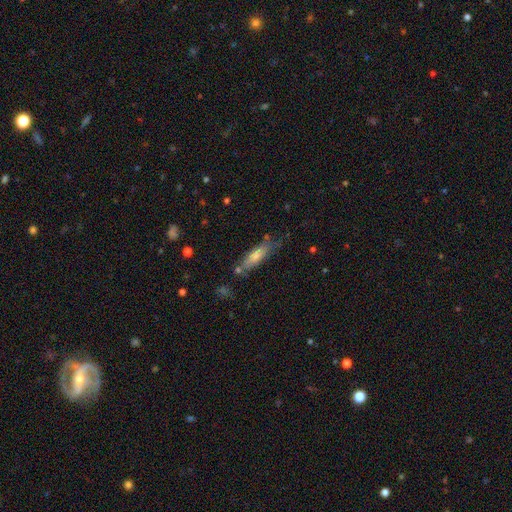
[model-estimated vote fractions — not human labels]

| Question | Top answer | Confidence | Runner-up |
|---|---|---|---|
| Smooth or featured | smooth | 69% | featured or disk (24%) |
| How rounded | cigar-shaped | 61% | in between (38%) |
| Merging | none | 62% | minor disturbance (23%) |